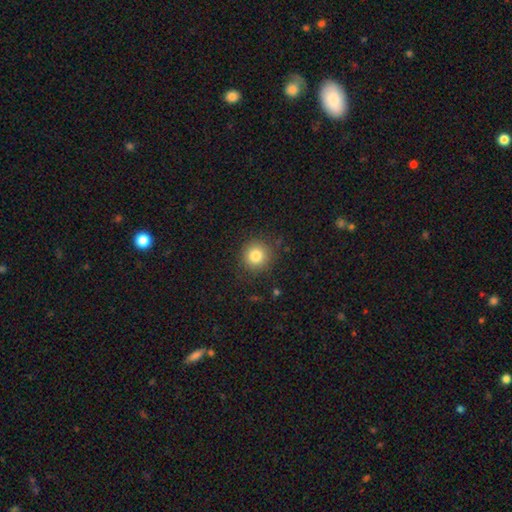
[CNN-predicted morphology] A smooth galaxy with no disk features (82%) that is round (93%). Merging: none (87%).